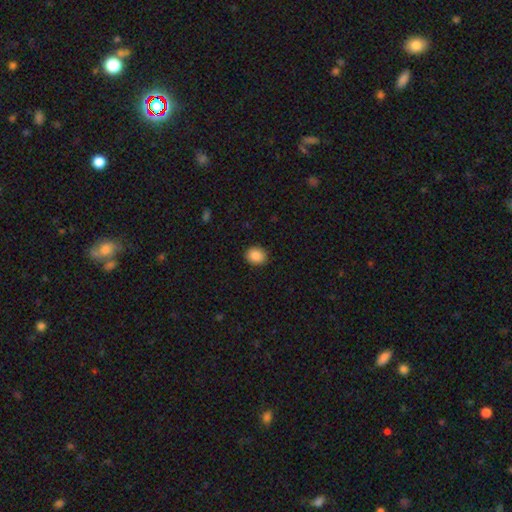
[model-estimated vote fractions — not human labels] smooth 89%, star or artifact 8%, featured or disk 3%. Down the decision tree: how rounded — round (62%); merging — none (90%).